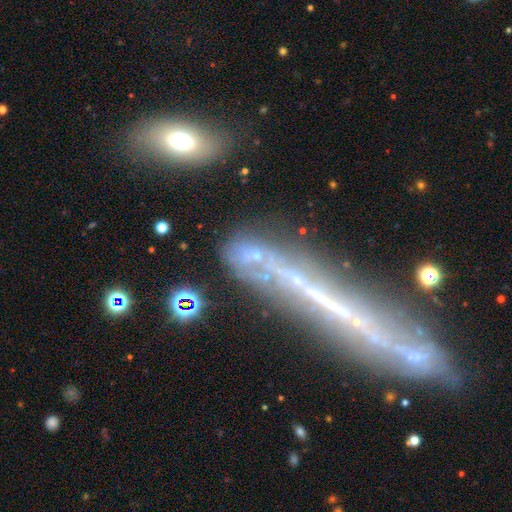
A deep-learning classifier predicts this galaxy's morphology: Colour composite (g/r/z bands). It shows a featured or disk galaxy (45%). Merging: none (48%).